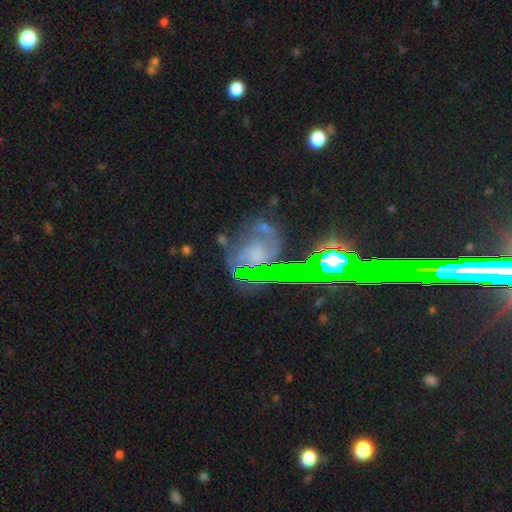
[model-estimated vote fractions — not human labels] Overall: featured or disk (57%; star or artifact 25%). Edge-on disk: no (92%). Bar: no (65%). Spiral arms: yes (78%). Bulge size: small (36%; moderate 31%). Merging: none (51%; major disturbance 21%).